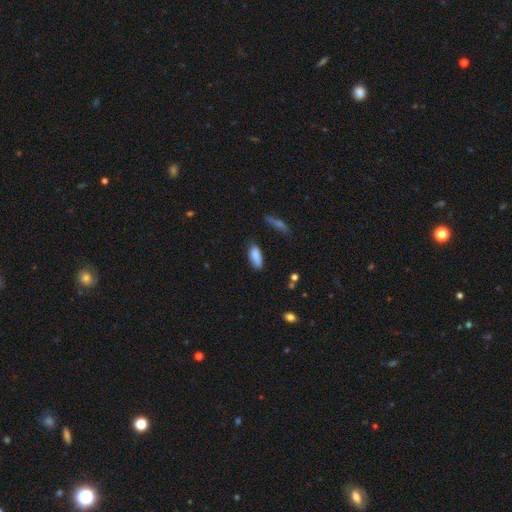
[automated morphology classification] type=smooth (87%); roundness=in between (79%); merging=none (77%).